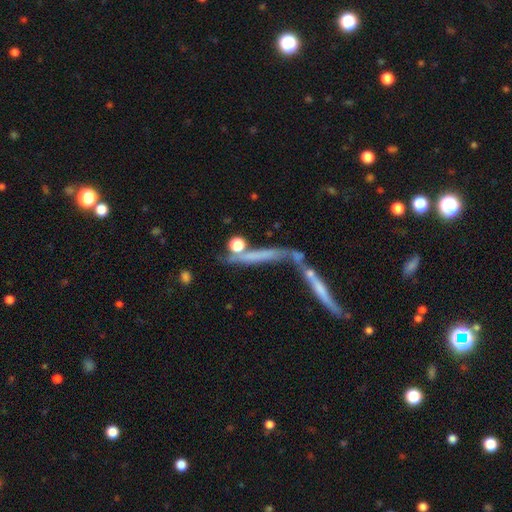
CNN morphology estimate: Q: Smooth or featured?
A: featured or disk (44%); runner-up: smooth (40%)
Q: Merging?
A: merger (39%); runner-up: none (37%)